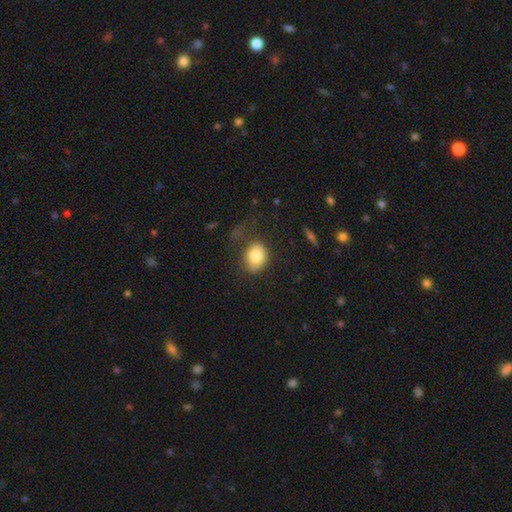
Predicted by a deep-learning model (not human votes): Smooth or featured?
  - smooth: 82% *
  - featured or disk: 10%
  - star or artifact: 8%
How rounded?
  - in between: 61% *
  - round: 38%
  - cigar-shaped: 1%
Merging?
  - none: 53% *
  - minor disturbance: 24%
  - major disturbance: 20%
  - merger: 3%